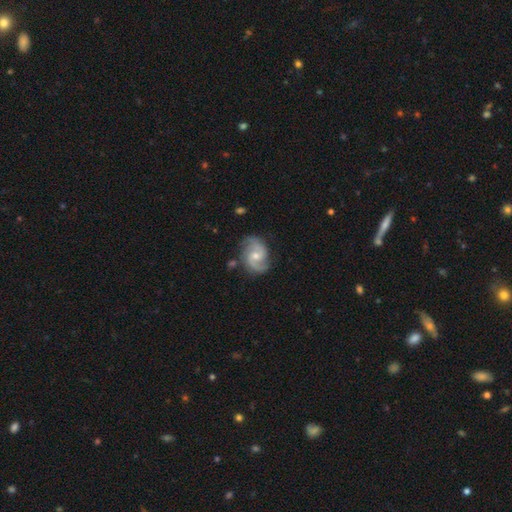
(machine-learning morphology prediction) Smooth or featured? Predicted: featured or disk (p=0.86). Edge-on disk? Predicted: no (p=0.98). Bar? Predicted: no (p=0.53). Spiral arms? Predicted: yes (p=0.97). Spiral winding? Predicted: medium (p=0.54). Spiral arm count? Predicted: 2 (p=0.86). Bulge size? Predicted: moderate (p=0.49). Merging? Predicted: none (p=0.77).